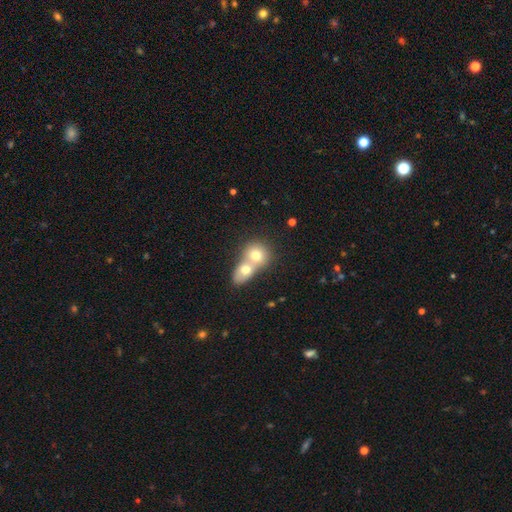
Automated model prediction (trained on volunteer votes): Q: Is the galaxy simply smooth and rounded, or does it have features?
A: smooth — 68%.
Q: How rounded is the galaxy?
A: round — 66%.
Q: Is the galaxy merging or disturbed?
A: merger — 71%.